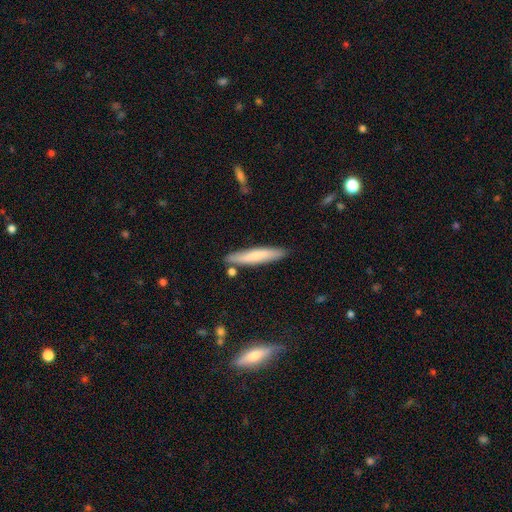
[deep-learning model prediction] smooth 71%, featured or disk 23%, star or artifact 6%. Down the decision tree: how rounded — cigar-shaped (90%); merging — none (84%).